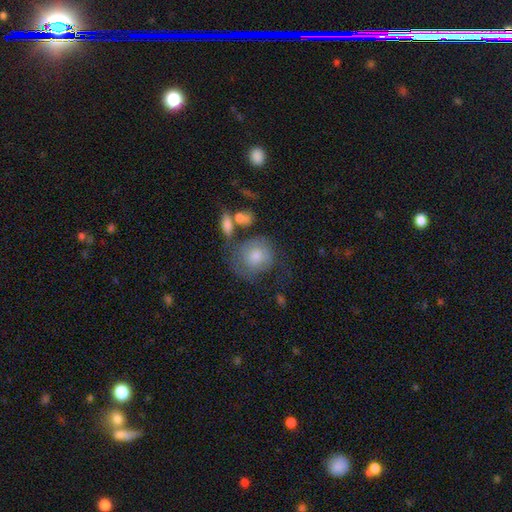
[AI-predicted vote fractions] Q: Smooth or featured?
A: smooth (56%); runner-up: featured or disk (34%)
Q: How rounded?
A: round (78%); runner-up: in between (20%)
Q: Merging?
A: none (45%); runner-up: minor disturbance (23%)